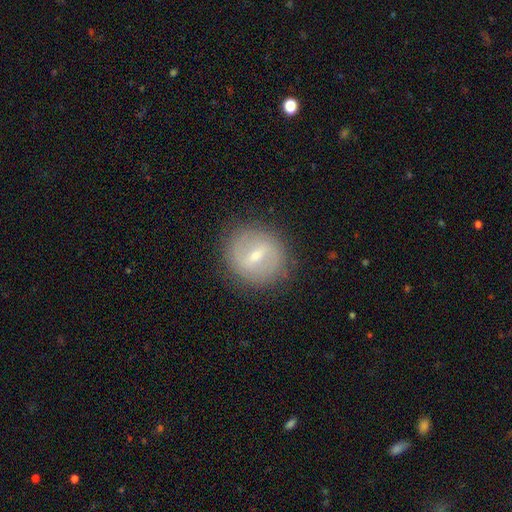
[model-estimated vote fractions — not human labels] A featured or disk galaxy (63%) with a weak bar (51%), spiral arms (57%) and a small central bulge (54%). Merging: none (83%).